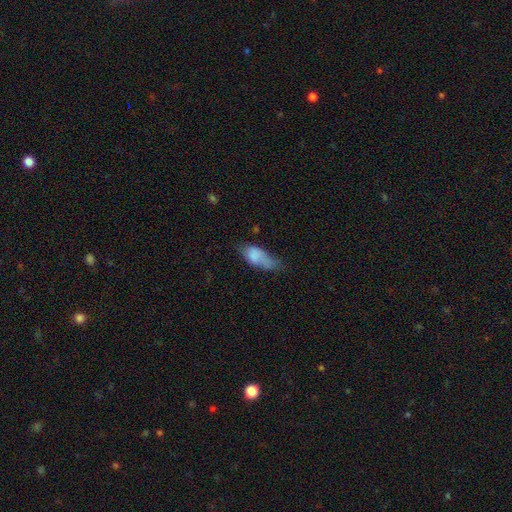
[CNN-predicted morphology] This appears to be a smooth galaxy with no disk features (75%) that is in between round and cigar-shaped (84%). Merging: minor disturbance (34%).